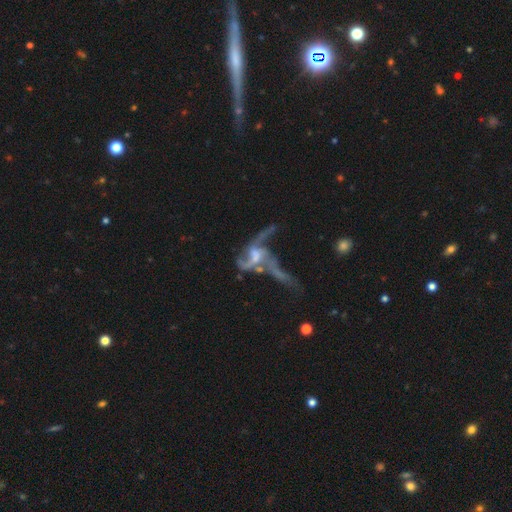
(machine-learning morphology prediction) type=featured or disk (74%); edge-on=no (91%); bar=no (63%); spiral arms=yes (66%); bulge=moderate (37%); merging=merger (41%).